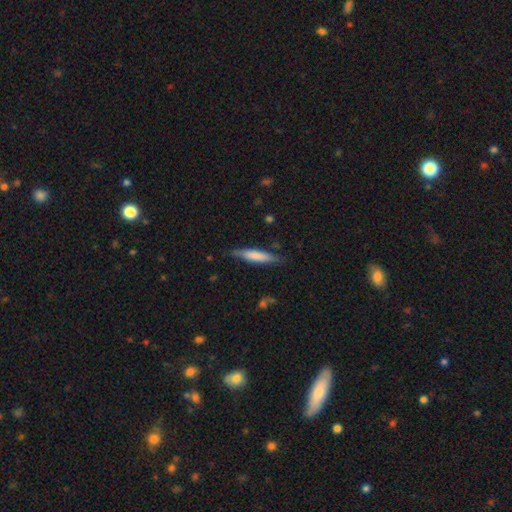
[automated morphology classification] Smooth or featured? Predicted: smooth (p=0.68). How rounded? Predicted: cigar-shaped (p=0.85). Merging? Predicted: none (p=0.79).